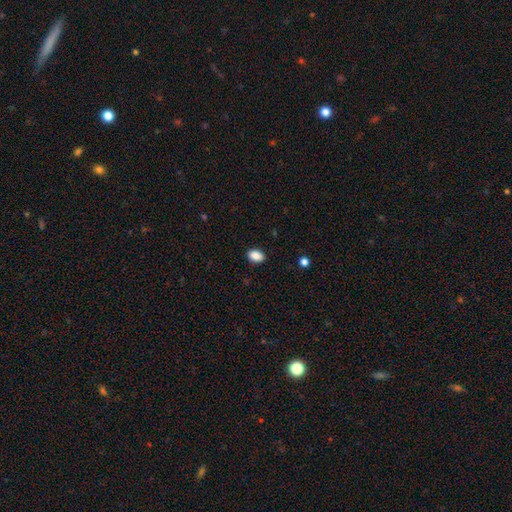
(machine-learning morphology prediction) This is clearly a smooth galaxy (89%). How rounded: clearly in between (84%). Merging: clearly none (89%).